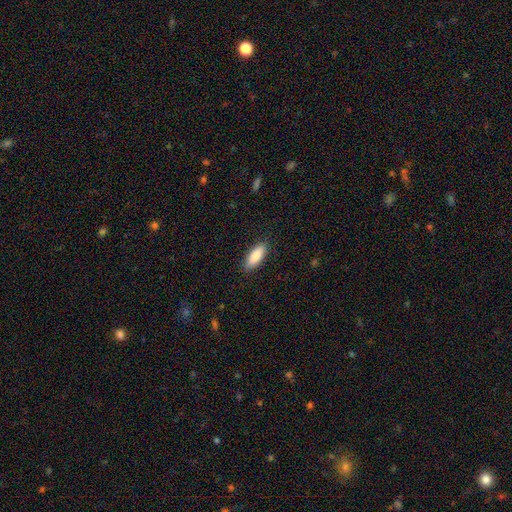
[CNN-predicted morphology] type=smooth (86%); roundness=in between (71%); merging=none (86%).